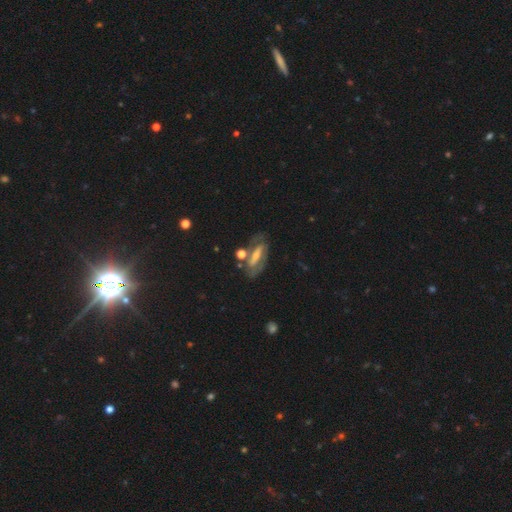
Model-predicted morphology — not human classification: Q: Smooth or featured?
A: featured or disk (67%); runner-up: smooth (23%)
Q: Edge-on disk?
A: no (79%); runner-up: yes (21%)
Q: Bar?
A: strong (48%); runner-up: weak (31%)
Q: Spiral arms?
A: yes (72%); runner-up: no (28%)
Q: Bulge size?
A: small (39%); tied with: moderate (39%)
Q: Merging?
A: none (63%); runner-up: minor disturbance (18%)